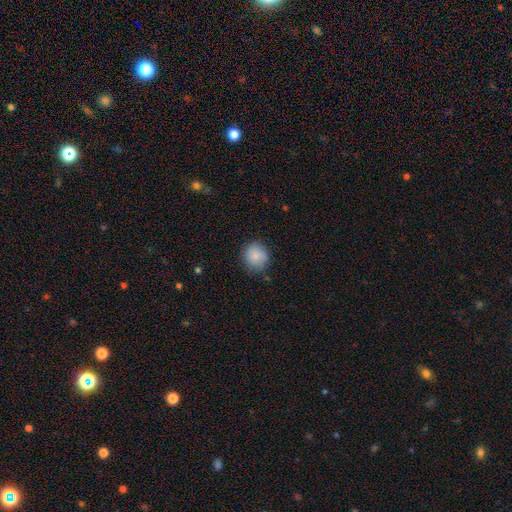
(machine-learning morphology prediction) smooth 85%, star or artifact 8%, featured or disk 6%. Down the decision tree: how rounded — round (86%); merging — none (79%).